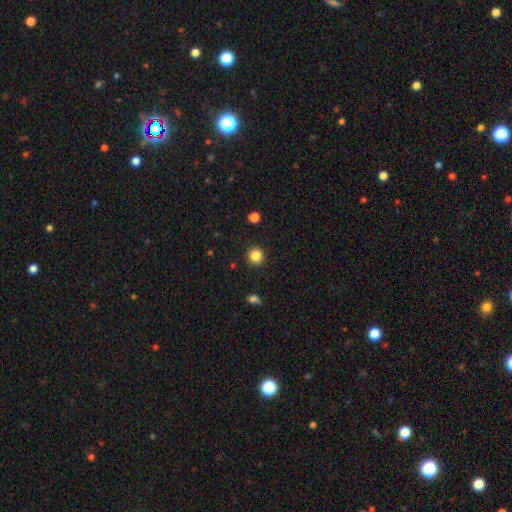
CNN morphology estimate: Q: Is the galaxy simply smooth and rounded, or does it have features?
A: smooth — 85%.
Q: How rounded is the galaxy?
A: round — 94%.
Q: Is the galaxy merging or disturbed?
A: none — 92%.